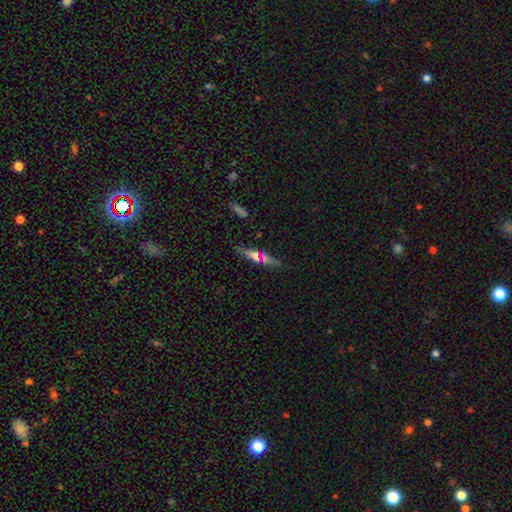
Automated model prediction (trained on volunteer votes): Overall: smooth (49%; featured or disk 40%). Merging: none (78%).